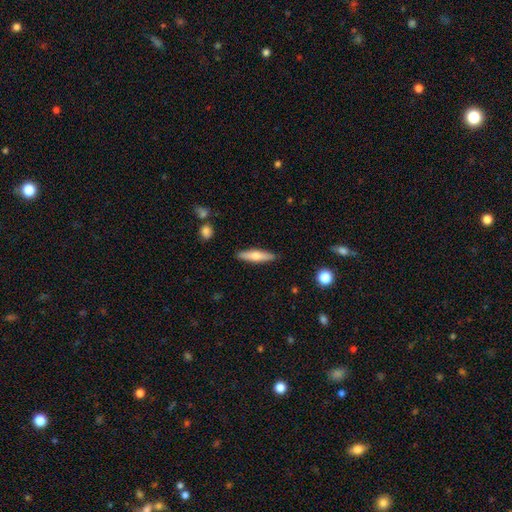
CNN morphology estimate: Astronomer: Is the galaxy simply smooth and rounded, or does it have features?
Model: smooth — 57% (runner-up: featured or disk, 37%).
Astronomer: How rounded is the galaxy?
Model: cigar-shaped — 80%.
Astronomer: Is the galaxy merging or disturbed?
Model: none — 89%.